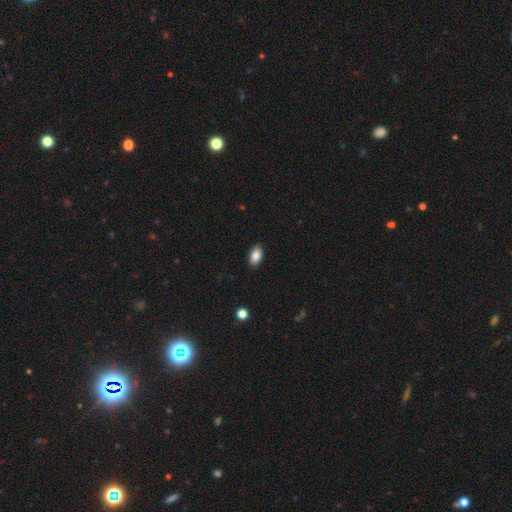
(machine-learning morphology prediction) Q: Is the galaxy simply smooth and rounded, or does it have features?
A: smooth — 85%.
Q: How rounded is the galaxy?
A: in between — 91%.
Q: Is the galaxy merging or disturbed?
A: none — 88%.